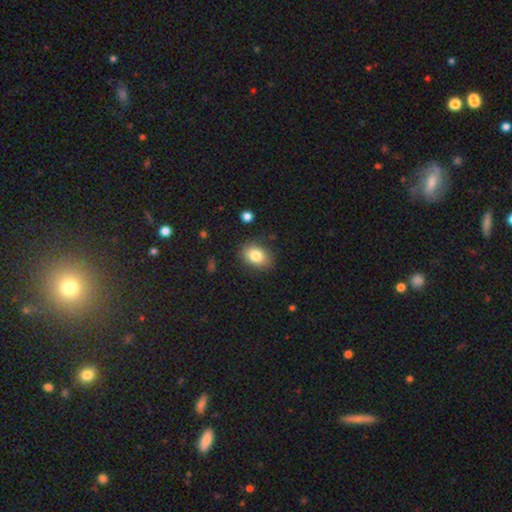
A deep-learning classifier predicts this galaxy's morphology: Smooth or featured: smooth — 82% (featured or disk — 9%)
How rounded: in between — 69% (round — 30%)
Merging: none — 84% (minor disturbance — 12%)